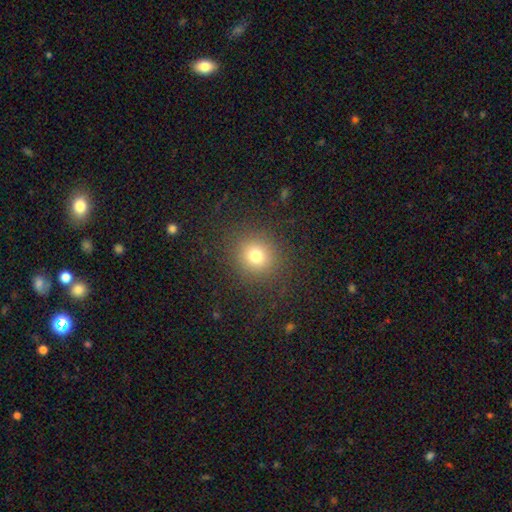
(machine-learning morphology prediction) This appears to be a smooth galaxy with no disk features (75%) that is round (88%). Merging: none (87%).